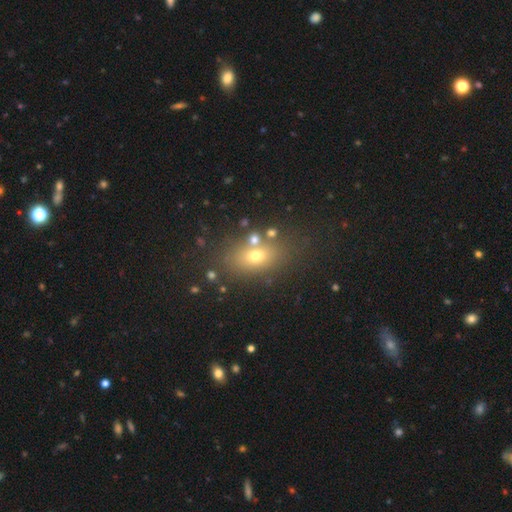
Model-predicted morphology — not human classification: The model was most divided on "smooth or featured": smooth: 65%, featured or disk: 18%, star or artifact: 16%. More confident: how rounded — in between (75%); merging — none (71%).